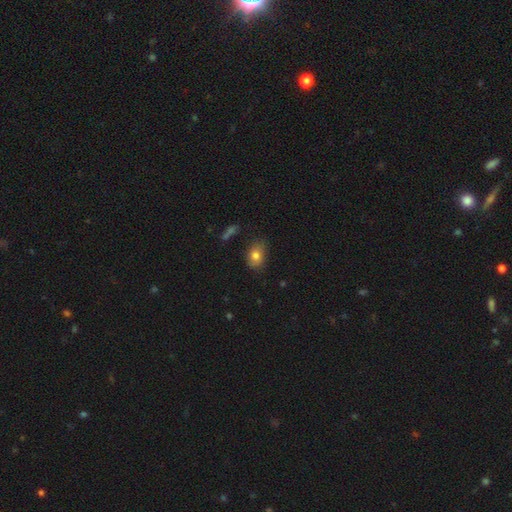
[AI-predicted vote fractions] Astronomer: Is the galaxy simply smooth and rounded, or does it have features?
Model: smooth — 80%.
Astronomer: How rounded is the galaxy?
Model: in between — 73%.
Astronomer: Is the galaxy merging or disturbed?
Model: none — 76%.